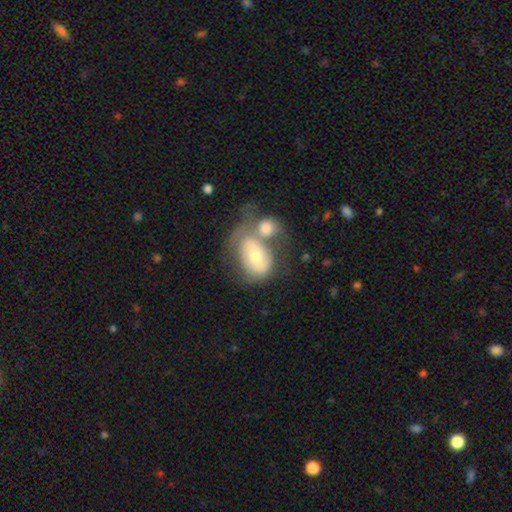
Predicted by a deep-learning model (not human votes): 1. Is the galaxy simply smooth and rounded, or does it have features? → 48% featured or disk, 45% smooth, 7% star or artifact.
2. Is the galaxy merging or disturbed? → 57% merger, 18% none, 13% major disturbance, 12% minor disturbance.